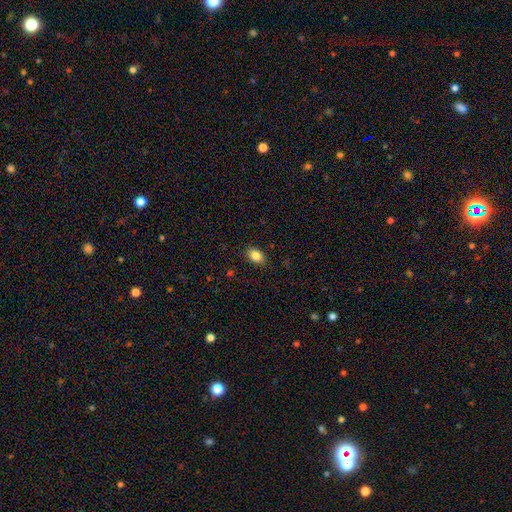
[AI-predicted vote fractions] Smooth or featured? smooth (85%)
How rounded? in between (83%)
Merging? none (86%)